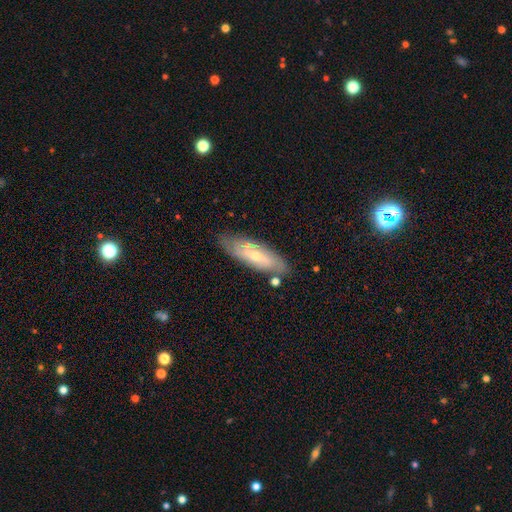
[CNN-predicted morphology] This is likely a featured or disk galaxy (61%). It is likely not viewed edge-on (73%). Merging: likely none (73%).